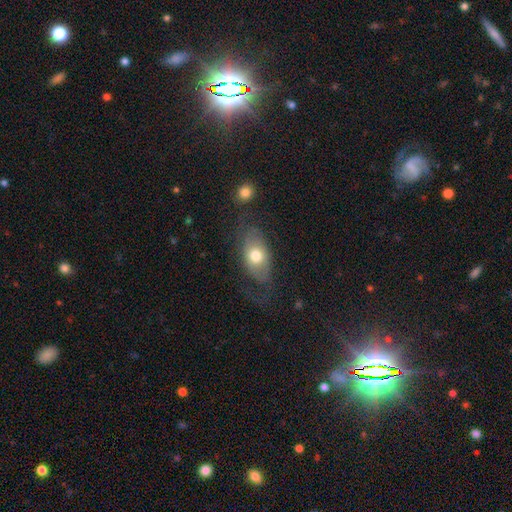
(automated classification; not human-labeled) smooth_or_featured: smooth (p=0.63) [alt: featured or disk p=0.29]
how_rounded: in between (p=0.83) [alt: round p=0.13]
merging: none (p=0.58) [alt: minor disturbance p=0.21]